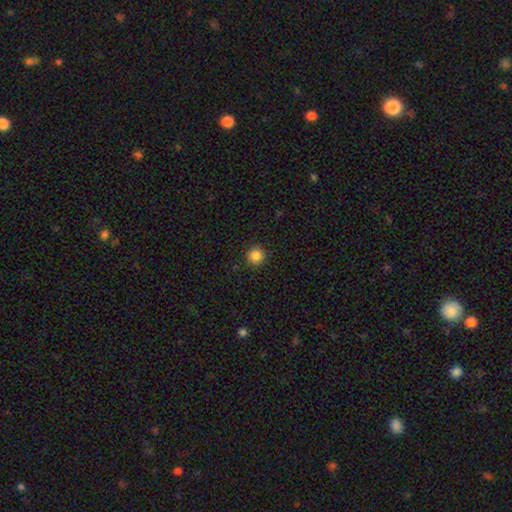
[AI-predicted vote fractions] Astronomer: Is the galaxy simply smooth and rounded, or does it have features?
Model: smooth — 85%.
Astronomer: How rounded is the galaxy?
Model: round — 95%.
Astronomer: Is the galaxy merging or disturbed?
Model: none — 92%.